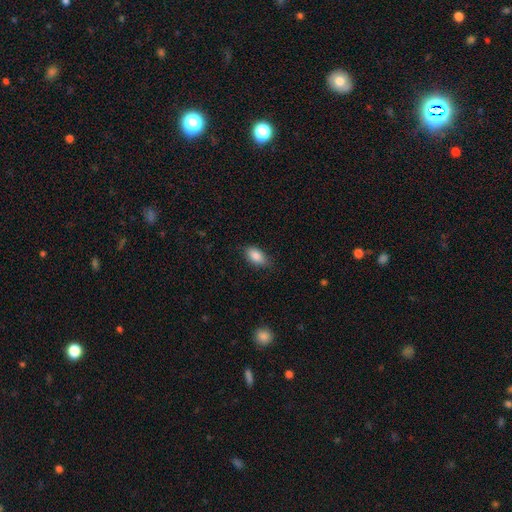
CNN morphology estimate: Q: Smooth or featured?
A: smooth (87%); runner-up: star or artifact (7%)
Q: How rounded?
A: in between (91%); runner-up: round (5%)
Q: Merging?
A: none (79%); runner-up: minor disturbance (17%)